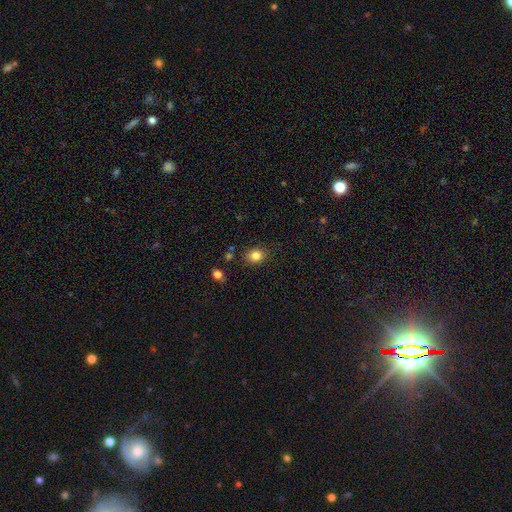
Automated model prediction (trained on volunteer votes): The model was most divided on "how rounded": round: 56%, in between: 43%, cigar-shaped: 1%. More confident: merging — none (84%); smooth or featured — smooth (83%).